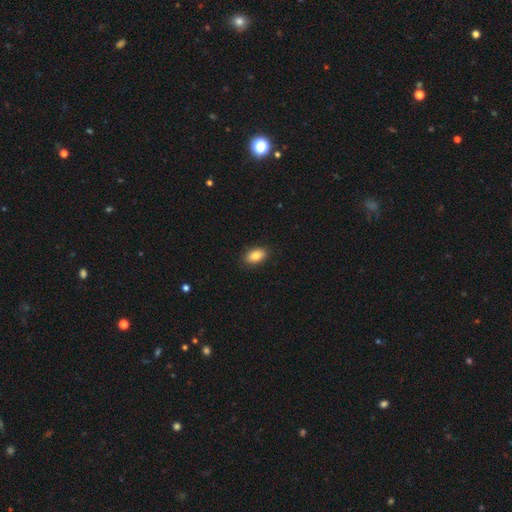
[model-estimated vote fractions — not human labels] This appears to be a smooth galaxy with no disk features (85%) that is in between round and cigar-shaped (91%). Merging: none (88%).